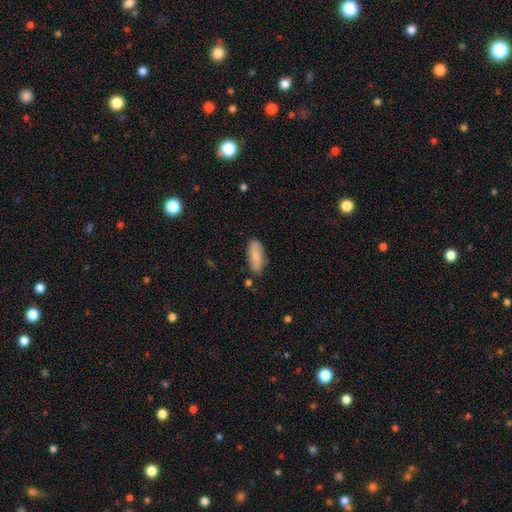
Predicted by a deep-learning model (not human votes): A smooth galaxy with no disk features (78%) that is in between round and cigar-shaped (69%).

Vote fractions:
- Smooth or featured? smooth: 78% / featured or disk: 16% / star or artifact: 6%
- How rounded? in between: 69% / cigar-shaped: 29% / round: 2%
- Merging? none: 81% / minor disturbance: 14% / major disturbance: 3% / merger: 2%